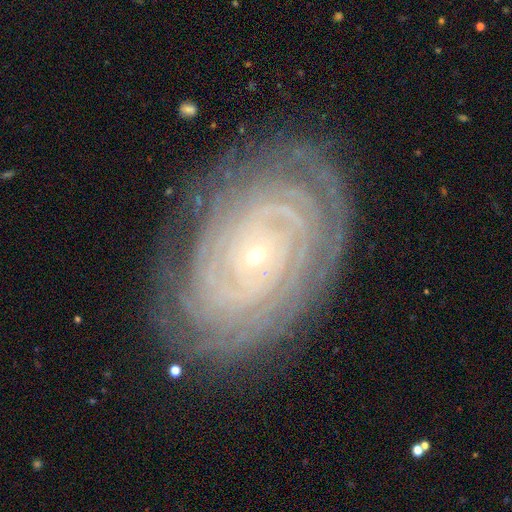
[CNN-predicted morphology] smooth_or_featured: featured or disk (p=0.87) [alt: smooth p=0.07]
disk_edge_on: no (p=0.96) [alt: yes p=0.04]
bar: no (p=0.77) [alt: weak p=0.15]
has_spiral_arms: yes (p=0.97) [alt: no p=0.03]
spiral_winding: tight (p=0.89) [alt: medium p=0.09]
spiral_arm_count: can't tell (p=0.26) [alt: more than 4 p=0.22]
bulge_size: small (p=0.86) [alt: moderate p=0.10]
merging: none (p=0.82) [alt: minor disturbance p=0.13]